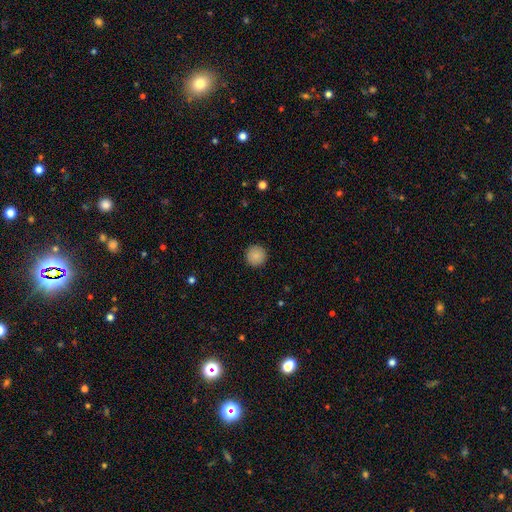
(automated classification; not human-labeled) Smooth or featured? smooth (88%)
How rounded? round (96%)
Merging? none (92%)